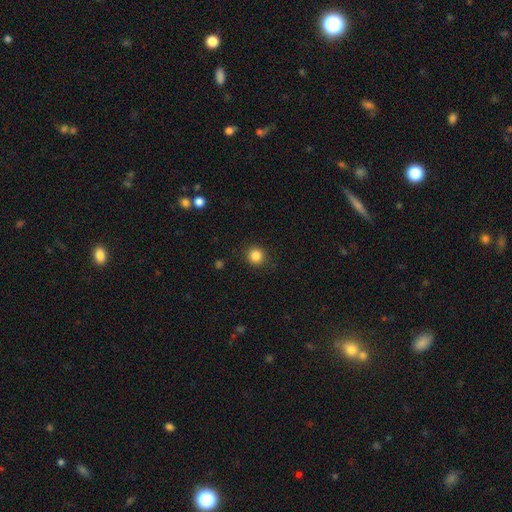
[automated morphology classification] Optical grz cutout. It shows a smooth galaxy with no disk features (85%) that is round (92%). Merging: none (90%).